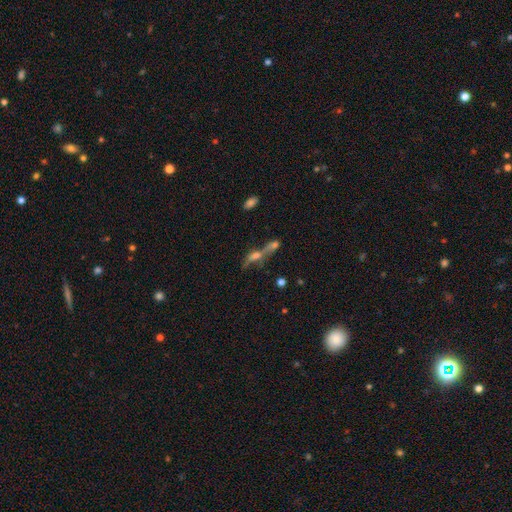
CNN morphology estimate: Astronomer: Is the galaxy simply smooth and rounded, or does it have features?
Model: featured or disk — 48% (runner-up: smooth, 35%).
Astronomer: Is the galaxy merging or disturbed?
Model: merger — 53%.